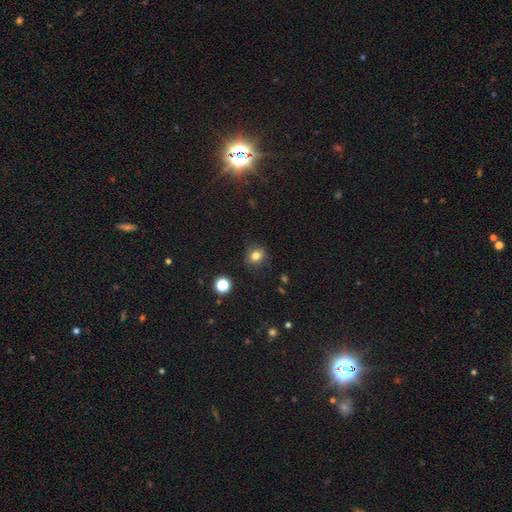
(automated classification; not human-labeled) Smooth or featured: smooth — 79% (star or artifact — 14%)
How rounded: round — 70% (in between — 29%)
Merging: none — 83% (minor disturbance — 12%)